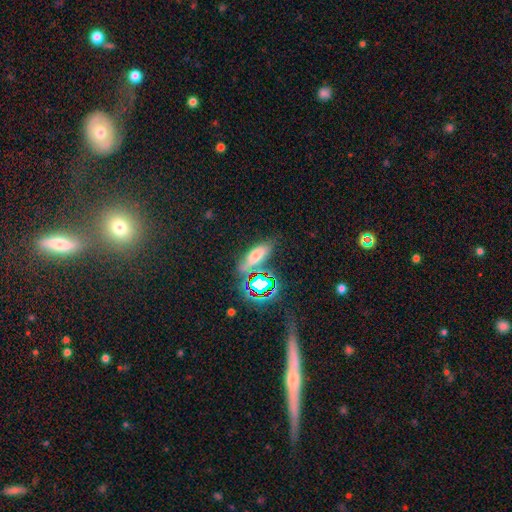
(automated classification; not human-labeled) Smooth or featured: smooth — 59% (star or artifact — 27%)
How rounded: in between — 63% (cigar-shaped — 29%)
Merging: none — 67% (minor disturbance — 17%)